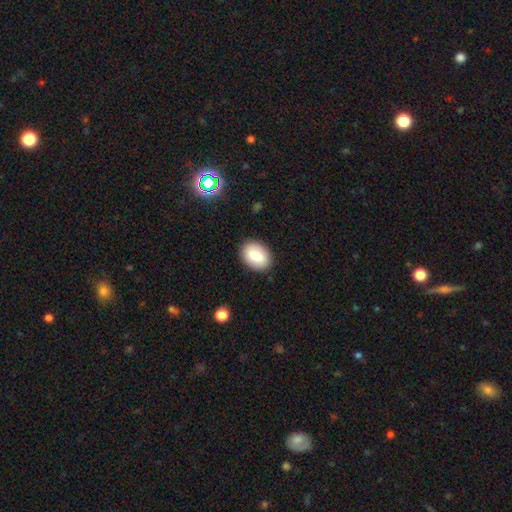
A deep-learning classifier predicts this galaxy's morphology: Smooth or featured? Predicted: smooth (p=0.86). How rounded? Predicted: in between (p=0.81). Merging? Predicted: none (p=0.88).